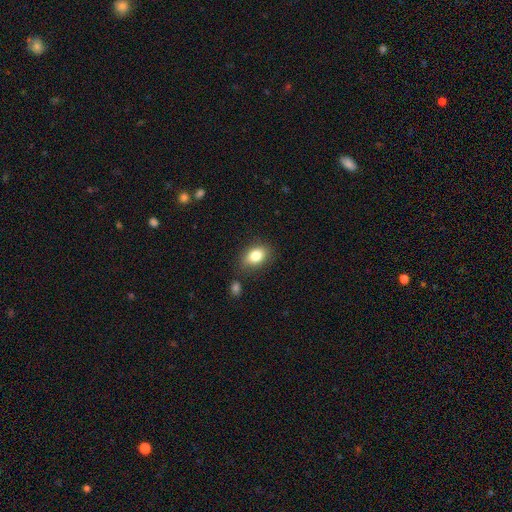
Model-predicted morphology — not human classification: type=smooth (82%); roundness=in between (79%); merging=none (77%).